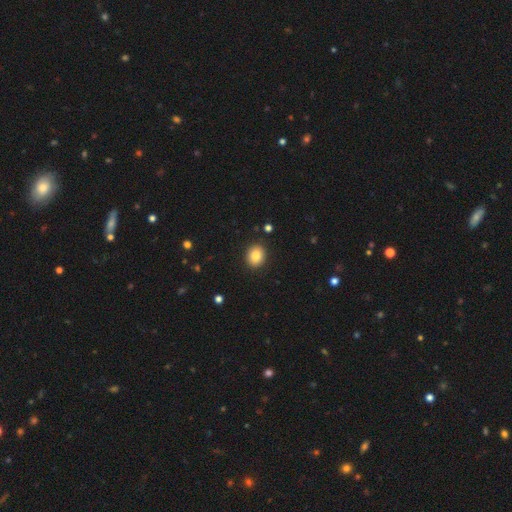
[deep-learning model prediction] A smooth galaxy with no disk features (84%) that is round (66%). Merging: none (91%).